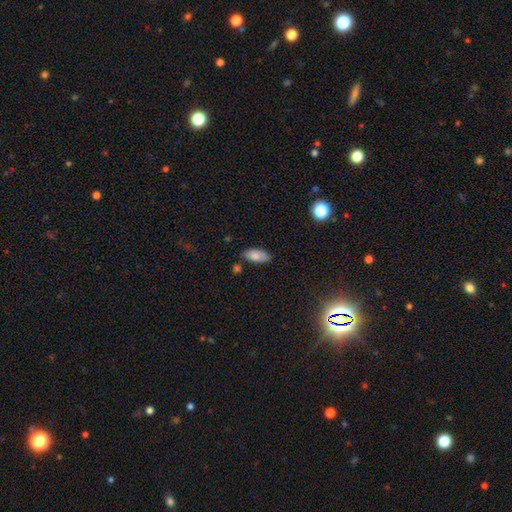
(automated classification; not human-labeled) A smooth galaxy with no disk features (82%) that is in between round and cigar-shaped (89%).

Vote fractions:
- Smooth or featured? smooth: 82% / featured or disk: 10% / star or artifact: 8%
- How rounded? in between: 89% / cigar-shaped: 8% / round: 2%
- Merging? none: 73% / minor disturbance: 19% / merger: 4% / major disturbance: 3%